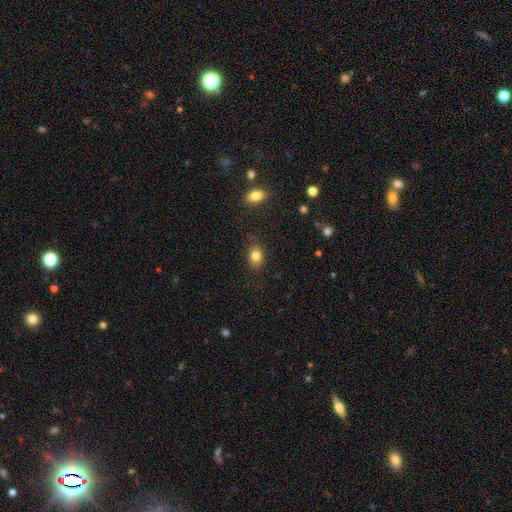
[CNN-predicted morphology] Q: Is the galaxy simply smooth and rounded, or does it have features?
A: smooth — 83%.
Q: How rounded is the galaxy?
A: in between — 66%.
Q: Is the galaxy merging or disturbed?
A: none — 81%.